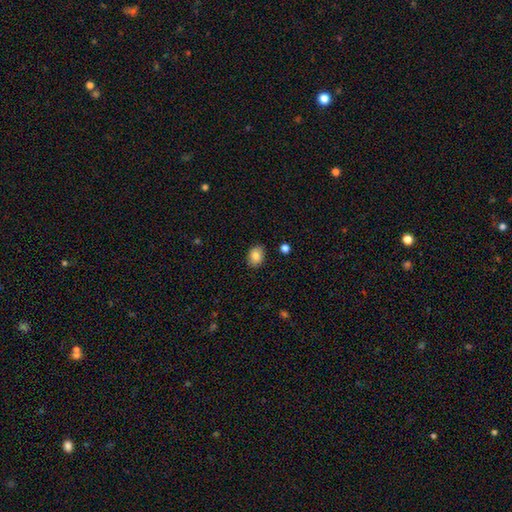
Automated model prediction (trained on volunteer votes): Smooth or featured?
  - smooth: 85% *
  - star or artifact: 9%
  - featured or disk: 7%
How rounded?
  - in between: 67% *
  - round: 32%
  - cigar-shaped: 1%
Merging?
  - none: 87% *
  - minor disturbance: 9%
  - major disturbance: 2%
  - merger: 1%